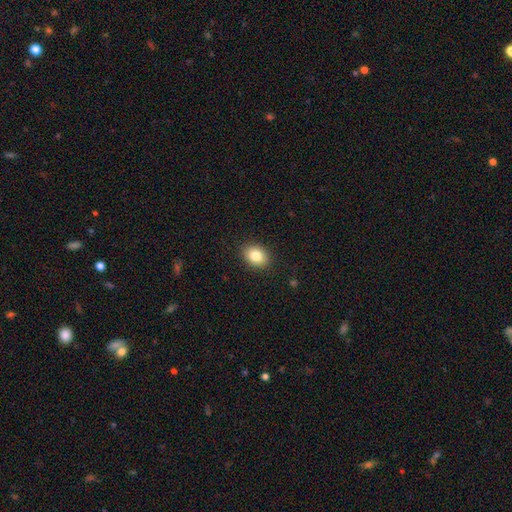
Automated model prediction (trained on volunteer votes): Smooth or featured?
  - smooth: 83% *
  - star or artifact: 9%
  - featured or disk: 8%
How rounded?
  - in between: 63% *
  - round: 36%
  - cigar-shaped: 1%
Merging?
  - none: 89% *
  - minor disturbance: 8%
  - major disturbance: 2%
  - merger: 1%